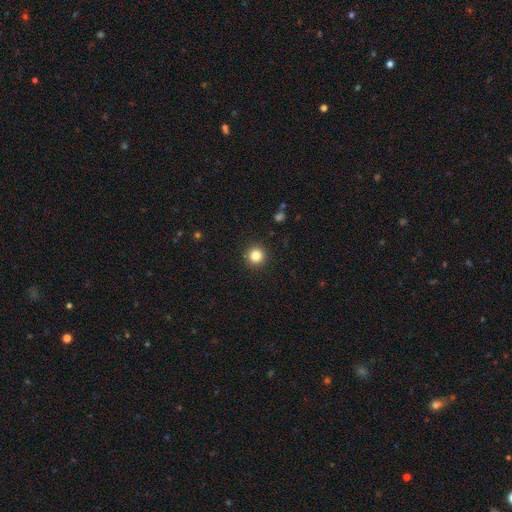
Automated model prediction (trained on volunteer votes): This is clearly a smooth galaxy (83%). How rounded: clearly round (95%). Merging: clearly none (93%).